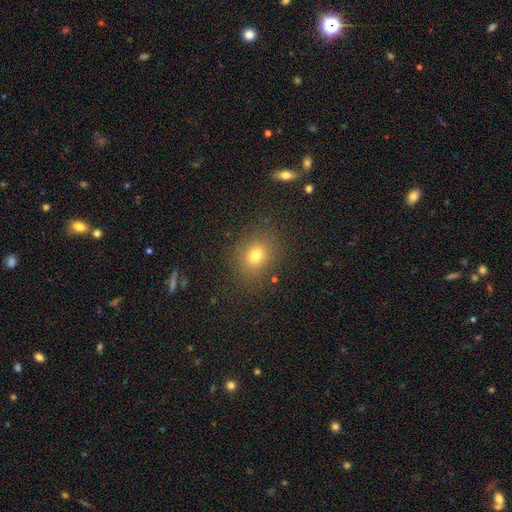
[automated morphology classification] Smooth or featured: smooth — 74% (star or artifact — 16%)
How rounded: round — 54% (in between — 44%)
Merging: none — 85% (minor disturbance — 10%)